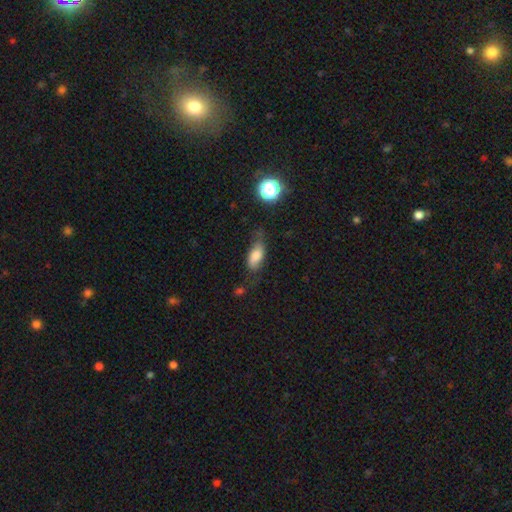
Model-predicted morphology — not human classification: A smooth galaxy with no disk features (72%) that is in between round and cigar-shaped (82%).

Vote fractions:
- Smooth or featured? smooth: 72% / featured or disk: 17% / star or artifact: 10%
- How rounded? in between: 82% / cigar-shaped: 12% / round: 5%
- Merging? none: 49% / minor disturbance: 32% / major disturbance: 15% / merger: 4%